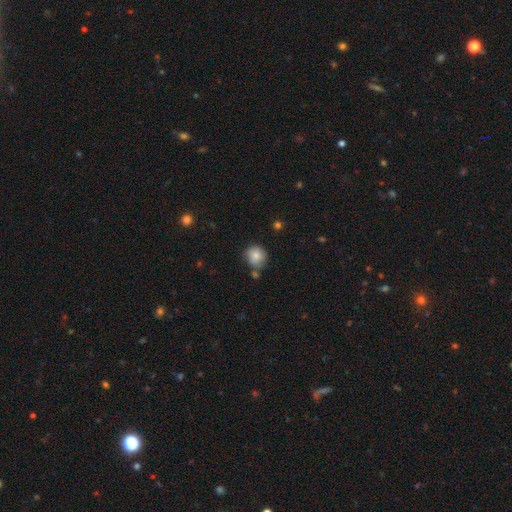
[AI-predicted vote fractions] smooth-or-featured: smooth: 82% | featured or disk: 9% | star or artifact: 9%
  how-rounded: round: 87% | in between: 12% | cigar-shaped: 1%
  merging: none: 68% | minor disturbance: 17% | merger: 11% | major disturbance: 4%